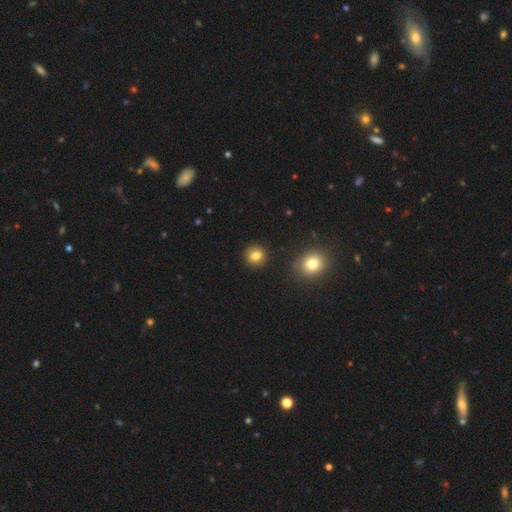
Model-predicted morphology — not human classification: A smooth galaxy with no disk features (82%) that is round (91%).

Vote fractions:
- Smooth or featured? smooth: 82% / star or artifact: 11% / featured or disk: 7%
- How rounded? round: 91% / in between: 8% / cigar-shaped: 1%
- Merging? none: 91% / minor disturbance: 6% / merger: 2% / major disturbance: 2%